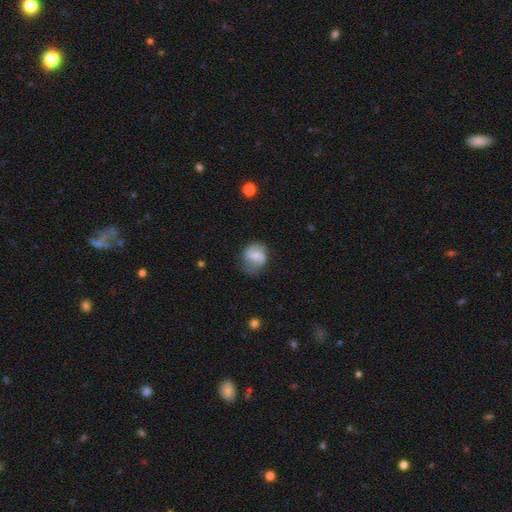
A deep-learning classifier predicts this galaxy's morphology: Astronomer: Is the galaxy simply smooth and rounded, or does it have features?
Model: featured or disk — 62%.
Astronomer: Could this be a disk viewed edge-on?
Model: no — 97%.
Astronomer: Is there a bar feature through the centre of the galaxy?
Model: weak — 47% (runner-up: strong, 26%).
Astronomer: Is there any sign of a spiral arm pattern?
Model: yes — 85%.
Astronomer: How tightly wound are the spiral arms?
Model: medium — 45% (runner-up: loose, 36%).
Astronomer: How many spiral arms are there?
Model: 2 — 84%.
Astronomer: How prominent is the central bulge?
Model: small — 50% (runner-up: moderate, 40%).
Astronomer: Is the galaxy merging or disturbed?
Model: none — 62%.